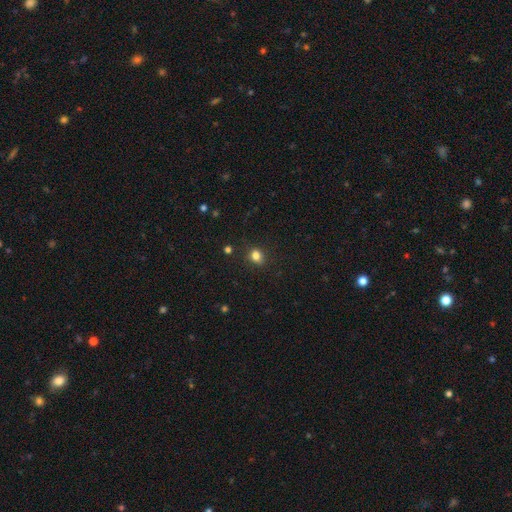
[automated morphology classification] This appears to be a smooth galaxy with no disk features (81%) that is round (65%). Merging: none (86%).